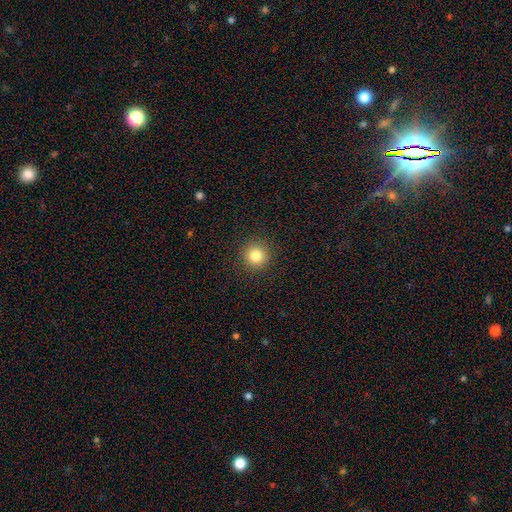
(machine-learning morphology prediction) Smooth or featured: smooth — 82% (star or artifact — 12%)
How rounded: round — 94% (in between — 5%)
Merging: none — 92% (minor disturbance — 5%)